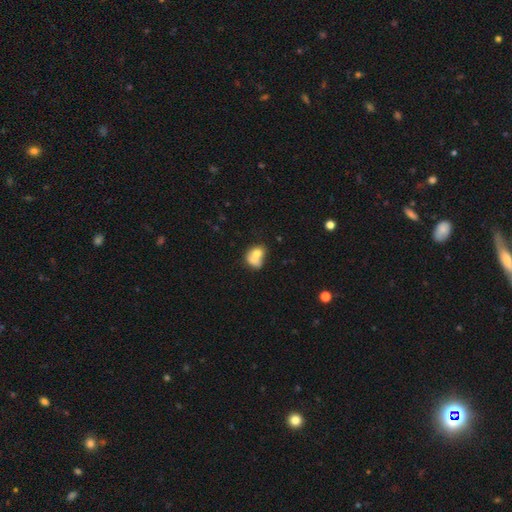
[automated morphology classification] A smooth galaxy with no disk features (67%) that is in between round and cigar-shaped (52%).

Vote fractions:
- Smooth or featured? smooth: 67% / featured or disk: 24% / star or artifact: 9%
- How rounded? in between: 52% / round: 46% / cigar-shaped: 1%
- Merging? merger: 65% / none: 20% / minor disturbance: 9% / major disturbance: 6%